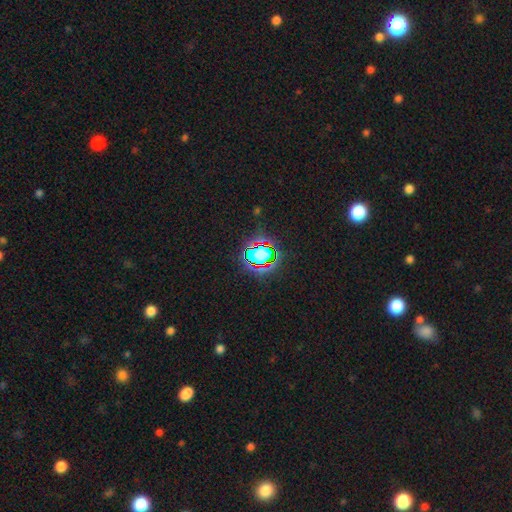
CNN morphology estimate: Smooth or featured?
  - star or artifact: 64% *
  - smooth: 23%
  - featured or disk: 13%